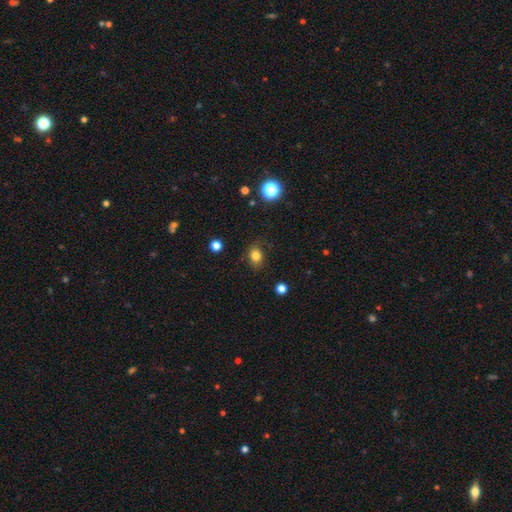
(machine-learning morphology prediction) This appears to be a smooth galaxy with no disk features (81%) that is in between round and cigar-shaped (53%). Merging: none (83%).